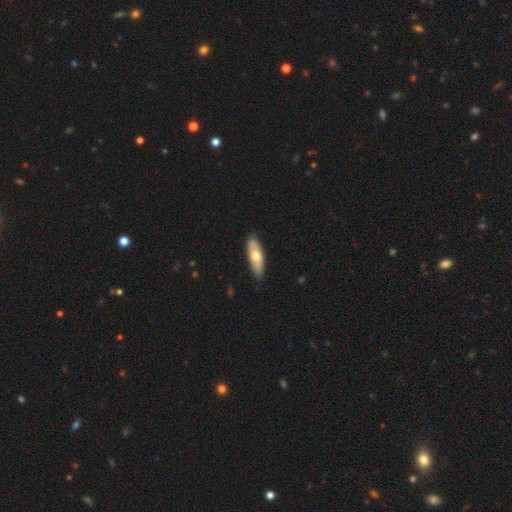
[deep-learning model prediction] smooth 60%, featured or disk 34%, star or artifact 5%. Down the decision tree: how rounded — in between (58%); merging — none (84%).